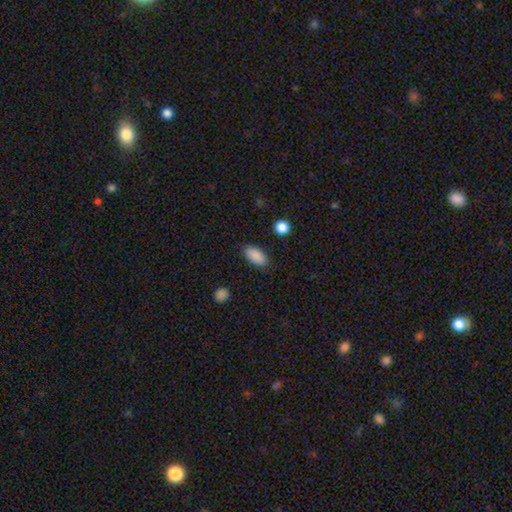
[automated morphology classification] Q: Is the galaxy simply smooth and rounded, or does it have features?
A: smooth — 89%.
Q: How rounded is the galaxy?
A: in between — 92%.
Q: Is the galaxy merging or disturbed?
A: none — 86%.